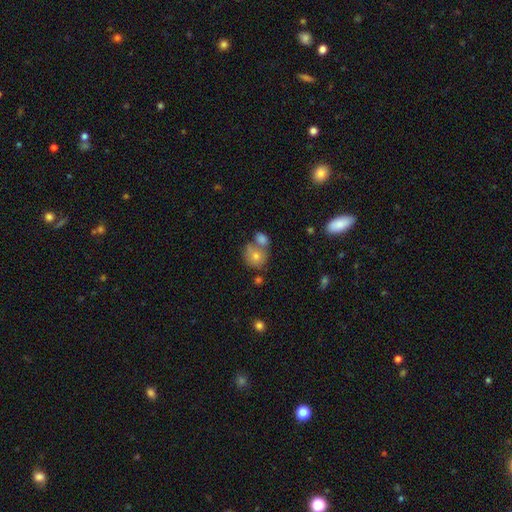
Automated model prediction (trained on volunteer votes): Q: Smooth or featured?
A: smooth (67%); runner-up: featured or disk (19%)
Q: How rounded?
A: round (70%); runner-up: in between (28%)
Q: Merging?
A: none (43%); runner-up: merger (40%)